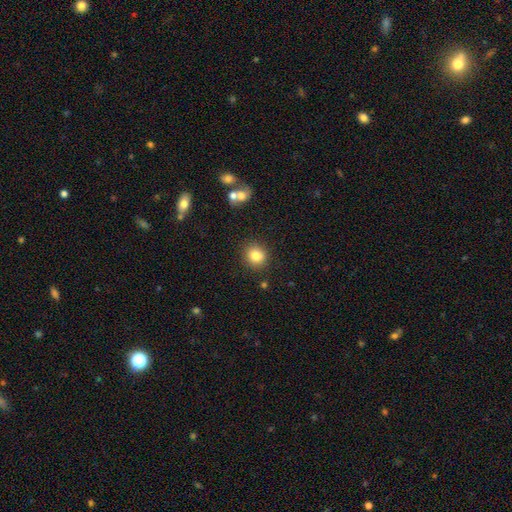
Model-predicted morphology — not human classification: smooth-or-featured: smooth: 82% | star or artifact: 11% | featured or disk: 7%
  how-rounded: round: 82% | in between: 17% | cigar-shaped: 1%
  merging: none: 87% | minor disturbance: 8% | merger: 3% | major disturbance: 2%